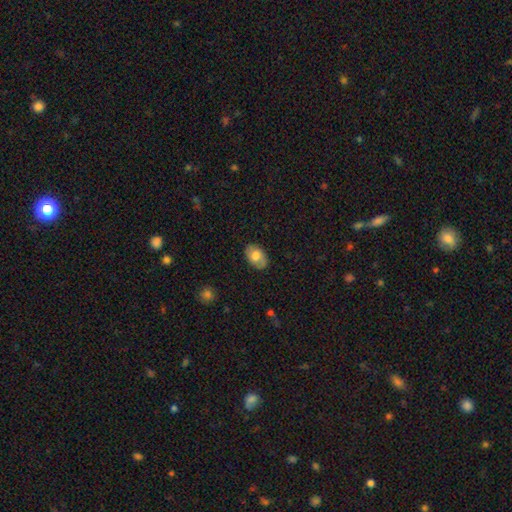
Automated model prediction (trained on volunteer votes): A smooth galaxy with no disk features (70%) that is in between round and cigar-shaped (86%).

Vote fractions:
- Smooth or featured? smooth: 70% / featured or disk: 23% / star or artifact: 7%
- How rounded? in between: 86% / round: 13% / cigar-shaped: 1%
- Merging? none: 82% / minor disturbance: 14% / major disturbance: 3% / merger: 1%